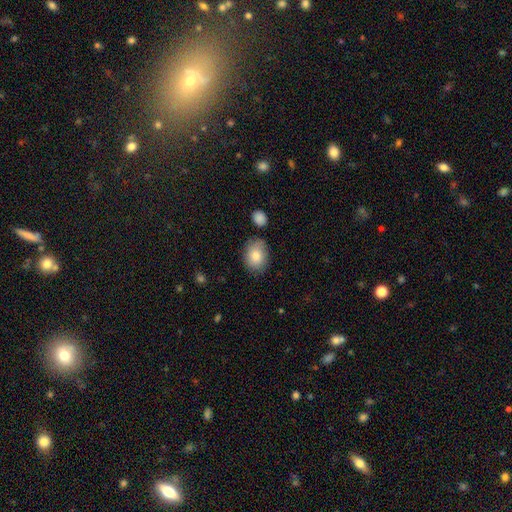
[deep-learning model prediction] Smooth or featured? smooth (82%)
How rounded? in between (59%)
Merging? none (75%)